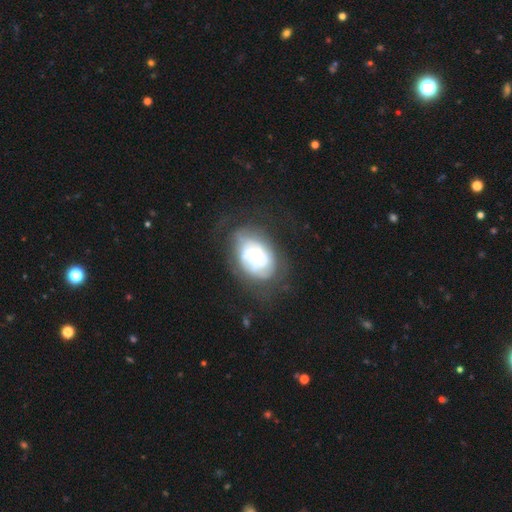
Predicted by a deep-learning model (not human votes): Overall: featured or disk (74%). Edge-on disk: no (97%). Bar: no (78%). Spiral arms: yes (82%). Spiral arm count: can't tell (45%; 2 26%). Spiral winding: tight (61%; medium 28%). Bulge size: small (49%; moderate 43%). Merging: none (56%; minor disturbance 23%).